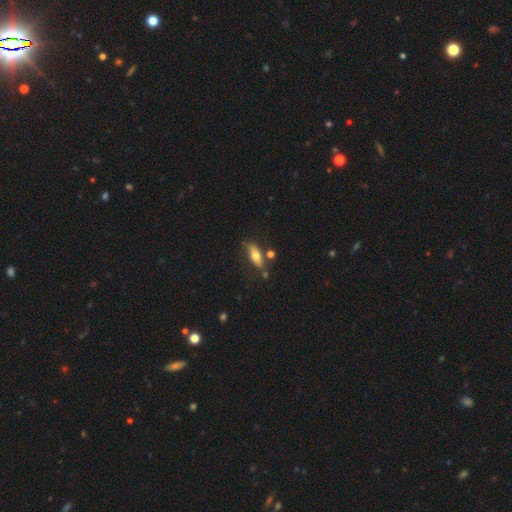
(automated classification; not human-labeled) This is likely a smooth galaxy (60%). How rounded: likely in between (61%). Merging: likely none (70%).